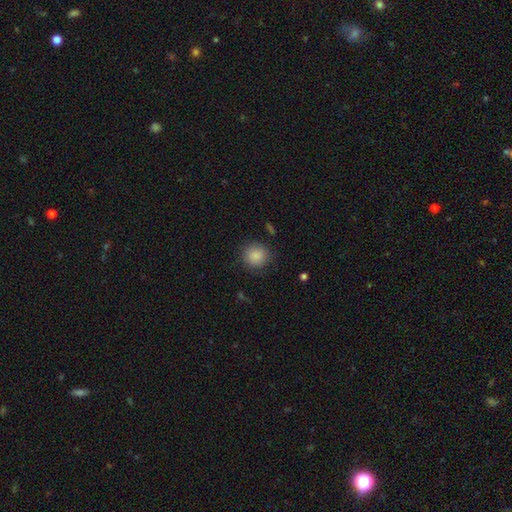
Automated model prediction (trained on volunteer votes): Q: Smooth or featured?
A: smooth (87%); runner-up: star or artifact (9%)
Q: How rounded?
A: round (91%); runner-up: in between (8%)
Q: Merging?
A: none (85%); runner-up: minor disturbance (11%)